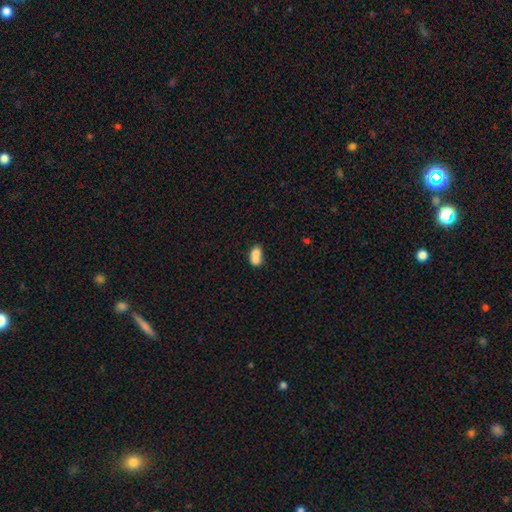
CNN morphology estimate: A smooth galaxy with no disk features (75%) that is in between round and cigar-shaped (78%). Merging: merger (58%).